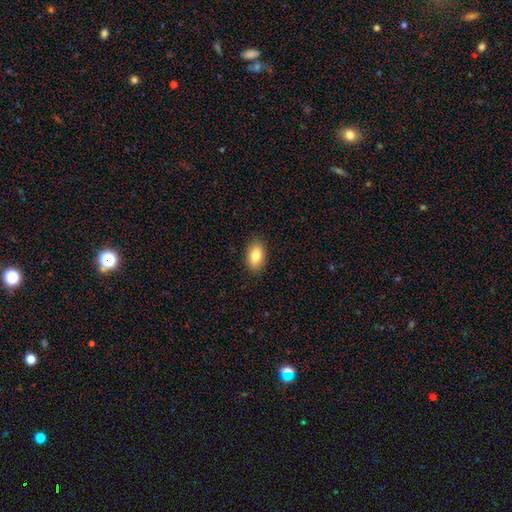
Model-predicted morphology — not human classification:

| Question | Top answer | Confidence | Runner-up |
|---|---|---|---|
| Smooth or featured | smooth | 81% | featured or disk (11%) |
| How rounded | in between | 89% | round (9%) |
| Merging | none | 88% | minor disturbance (9%) |